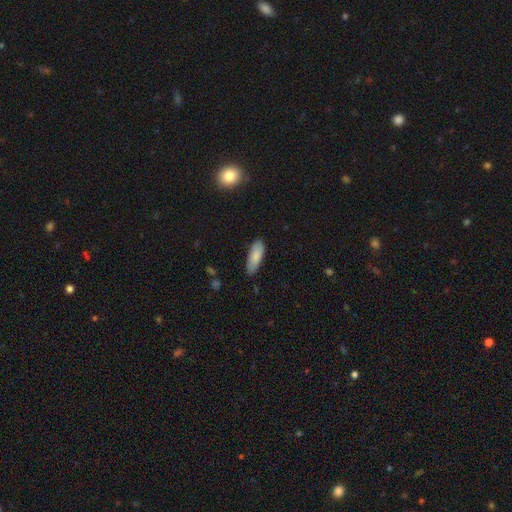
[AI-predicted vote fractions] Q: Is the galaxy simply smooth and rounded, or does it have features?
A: smooth — 84%.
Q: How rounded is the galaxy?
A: in between — 67%.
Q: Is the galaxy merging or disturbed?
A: none — 79%.